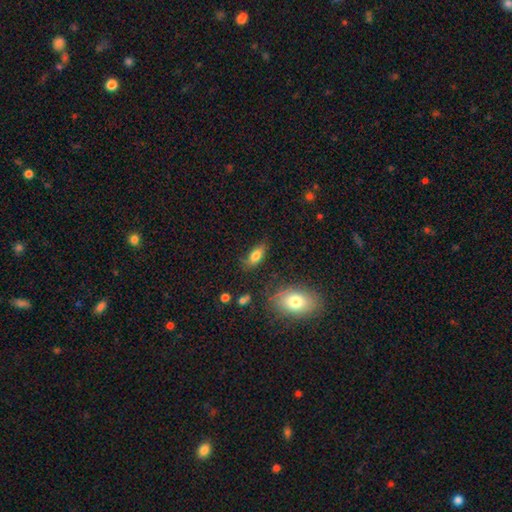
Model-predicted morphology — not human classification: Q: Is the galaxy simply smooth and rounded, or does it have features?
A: smooth — 78%.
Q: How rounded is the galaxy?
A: in between — 83%.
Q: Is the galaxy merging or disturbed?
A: none — 70%.